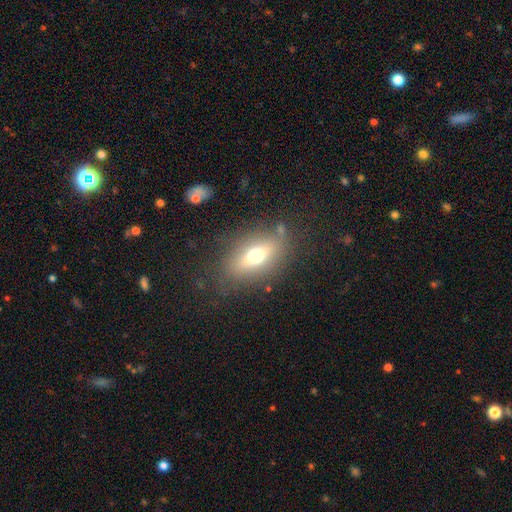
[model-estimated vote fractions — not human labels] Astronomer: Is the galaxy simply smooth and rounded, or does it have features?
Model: smooth — 60%.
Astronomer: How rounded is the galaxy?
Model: in between — 76%.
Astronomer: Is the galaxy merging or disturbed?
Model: none — 75%.